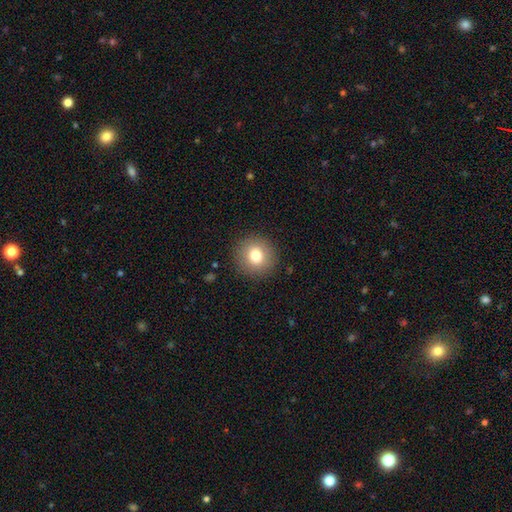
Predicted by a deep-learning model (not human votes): Smooth or featured? smooth (79%)
How rounded? round (92%)
Merging? none (90%)